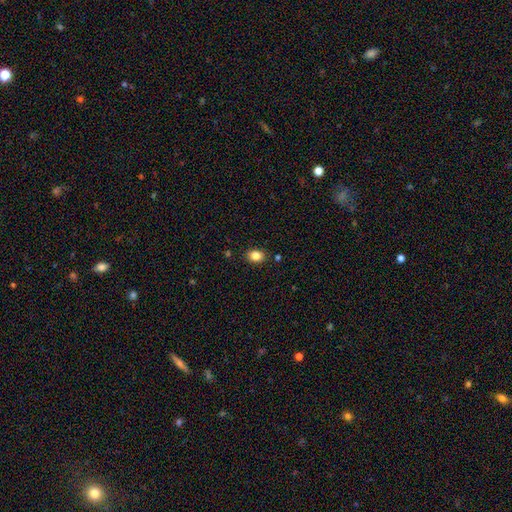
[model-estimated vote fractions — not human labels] Q: Smooth or featured?
A: smooth (84%); runner-up: star or artifact (10%)
Q: How rounded?
A: in between (68%); runner-up: round (31%)
Q: Merging?
A: none (87%); runner-up: minor disturbance (9%)